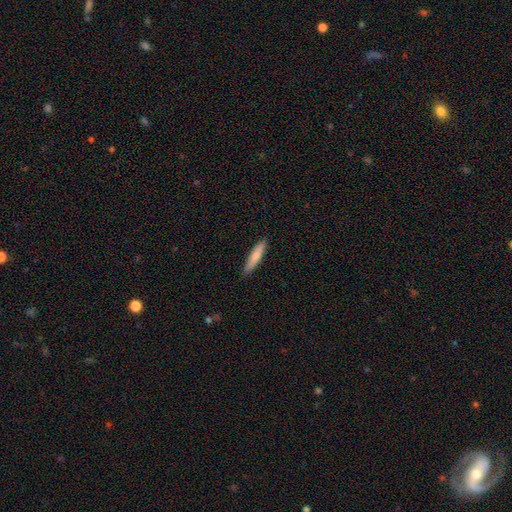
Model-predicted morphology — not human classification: Q: Smooth or featured?
A: smooth (76%); runner-up: featured or disk (18%)
Q: How rounded?
A: cigar-shaped (86%); runner-up: in between (13%)
Q: Merging?
A: none (85%); runner-up: minor disturbance (12%)